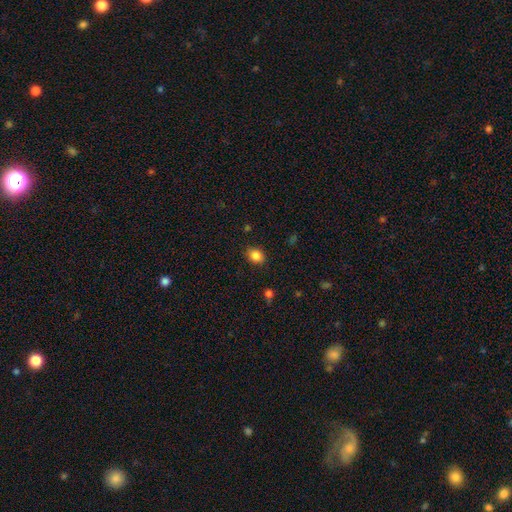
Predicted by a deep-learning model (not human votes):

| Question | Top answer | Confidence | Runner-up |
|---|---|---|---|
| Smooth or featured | smooth | 85% | star or artifact (10%) |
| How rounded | round | 52% | in between (47%) |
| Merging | none | 86% | minor disturbance (10%) |